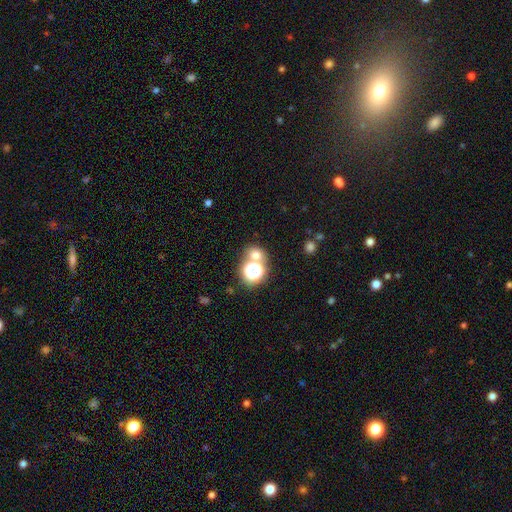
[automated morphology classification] smooth-or-featured: smooth: 64% | star or artifact: 28% | featured or disk: 8%
  how-rounded: round: 76% | in between: 22% | cigar-shaped: 1%
  merging: none: 60% | merger: 29% | minor disturbance: 8% | major disturbance: 4%